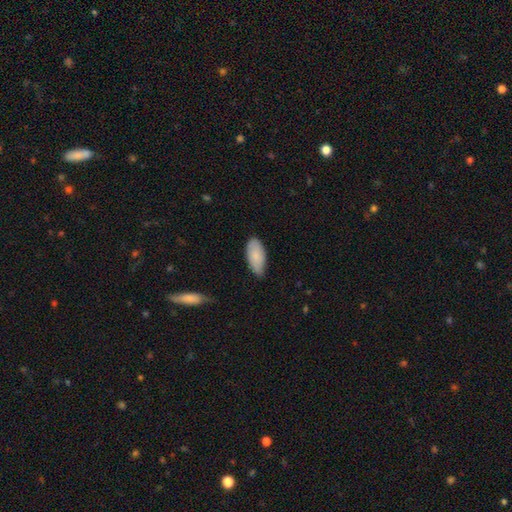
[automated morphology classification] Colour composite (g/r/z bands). It shows a smooth galaxy with no disk features (82%) that is in between round and cigar-shaped (91%). Merging: none (72%).